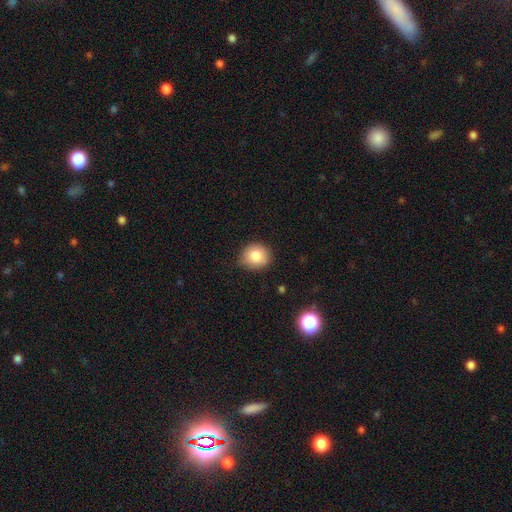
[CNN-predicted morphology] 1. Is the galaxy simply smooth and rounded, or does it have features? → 81% smooth, 10% star or artifact, 9% featured or disk.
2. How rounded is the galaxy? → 82% round, 17% in between, 1% cigar-shaped.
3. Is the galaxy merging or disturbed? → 78% none, 18% minor disturbance, 3% major disturbance, 1% merger.